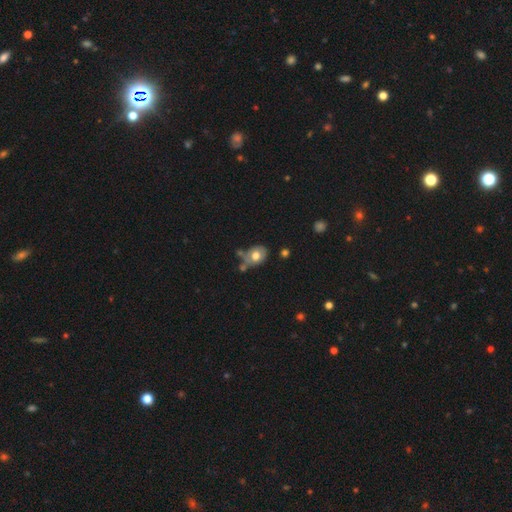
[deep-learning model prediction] Smooth or featured: smooth — 63% (featured or disk — 29%)
How rounded: in between — 65% (round — 34%)
Merging: none — 40% (minor disturbance — 26%)